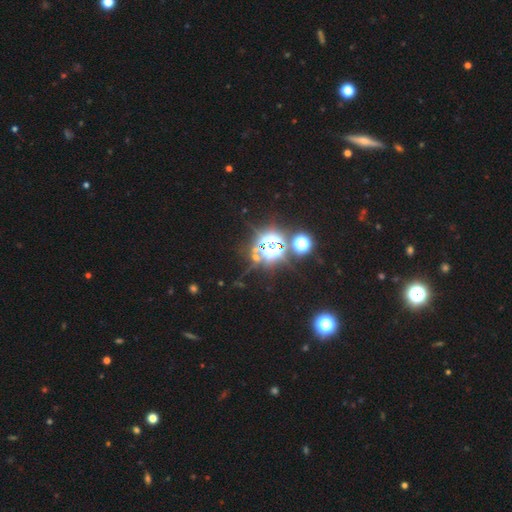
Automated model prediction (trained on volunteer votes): Overall: star or artifact (71%).